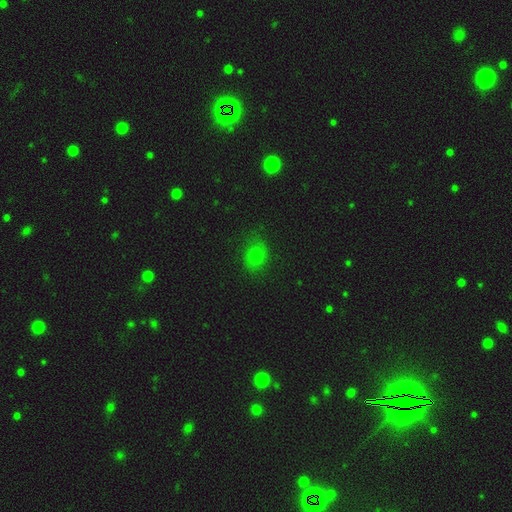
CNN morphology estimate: A smooth galaxy with no disk features (72%) that is round (57%).

Vote fractions:
- Smooth or featured? smooth: 72% / star or artifact: 17% / featured or disk: 11%
- How rounded? round: 57% / in between: 42% / cigar-shaped: 1%
- Merging? none: 78% / minor disturbance: 16% / major disturbance: 5% / merger: 1%